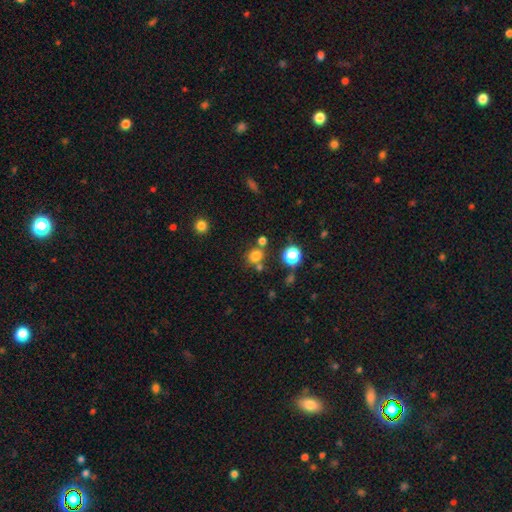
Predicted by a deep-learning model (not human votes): The model was most divided on "merging": none: 69%, merger: 17%, minor disturbance: 10%, major disturbance: 4%. More confident: how rounded — round (77%); smooth or featured — smooth (76%).